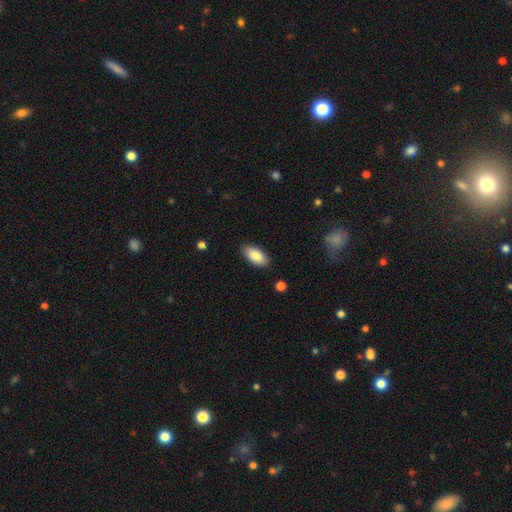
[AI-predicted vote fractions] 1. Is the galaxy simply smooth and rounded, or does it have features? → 86% smooth, 7% featured or disk, 6% star or artifact.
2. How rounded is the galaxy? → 93% in between, 5% cigar-shaped, 3% round.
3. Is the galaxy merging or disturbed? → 87% none, 9% minor disturbance, 2% major disturbance, 1% merger.